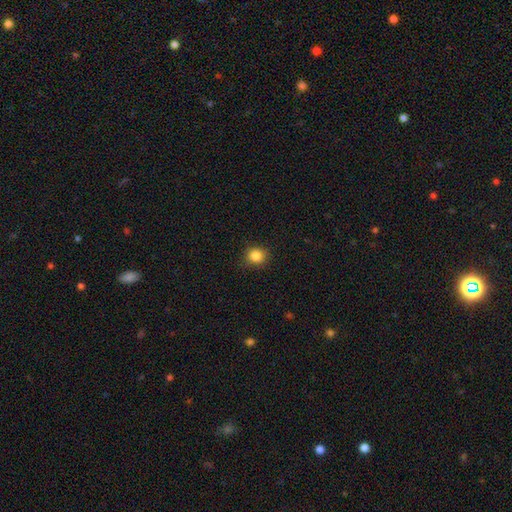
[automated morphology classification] Overall: smooth (85%). How rounded: round (86%). Merging: none (89%).